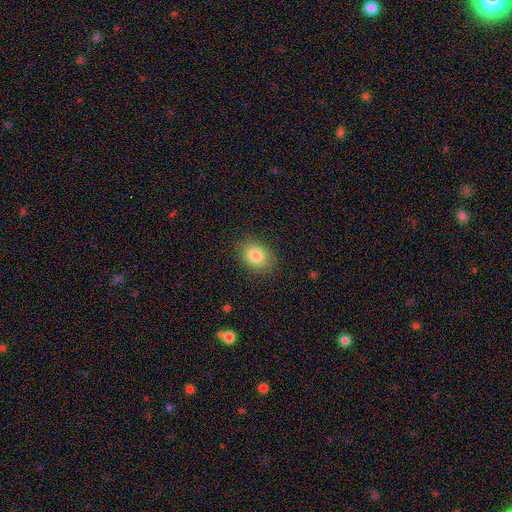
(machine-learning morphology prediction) This is clearly a smooth galaxy (83%). How rounded: likely in between (67%). Merging: clearly none (86%).